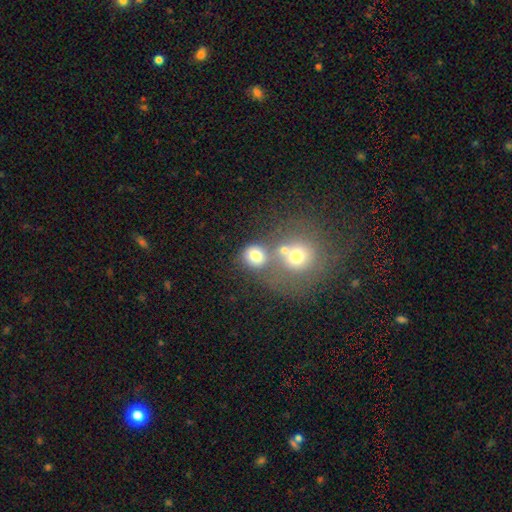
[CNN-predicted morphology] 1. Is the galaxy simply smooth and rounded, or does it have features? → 74% smooth, 14% star or artifact, 13% featured or disk.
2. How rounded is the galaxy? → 84% round, 15% in between, 1% cigar-shaped.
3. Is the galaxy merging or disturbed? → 48% none, 36% merger, 10% minor disturbance, 7% major disturbance.